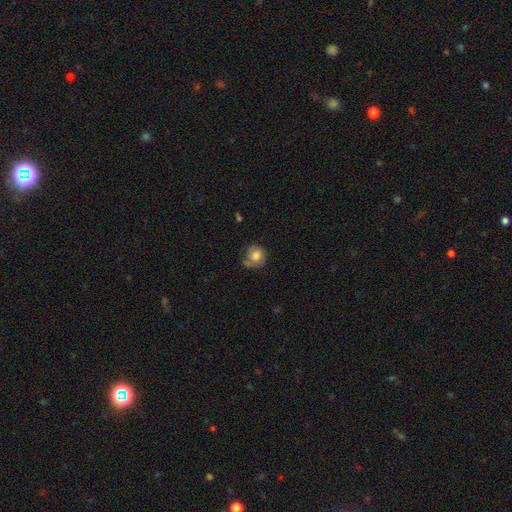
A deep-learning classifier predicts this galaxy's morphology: Smooth or featured: smooth — 69% (featured or disk — 22%)
How rounded: round — 78% (in between — 21%)
Merging: none — 51% (minor disturbance — 28%)